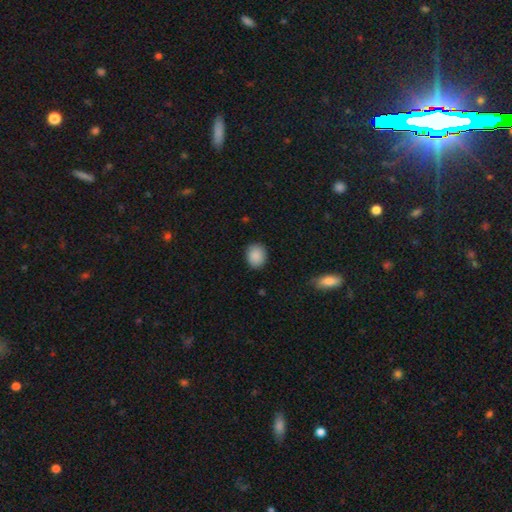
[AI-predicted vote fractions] A smooth galaxy with no disk features (89%) that is round (63%). Merging: none (87%).